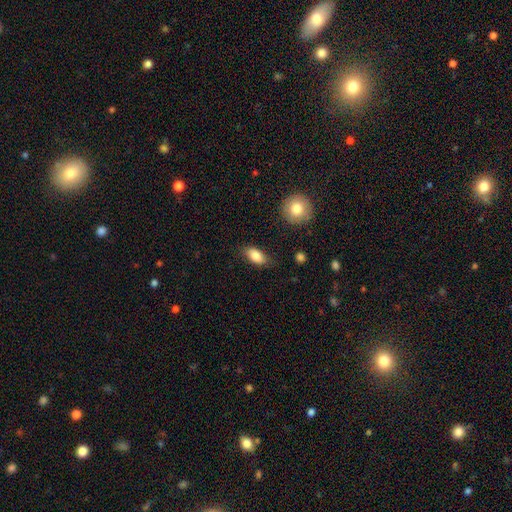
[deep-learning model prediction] Smooth or featured?
  - smooth: 83% *
  - featured or disk: 9%
  - star or artifact: 7%
How rounded?
  - in between: 89% *
  - round: 6%
  - cigar-shaped: 5%
Merging?
  - none: 78% *
  - minor disturbance: 17%
  - major disturbance: 4%
  - merger: 2%